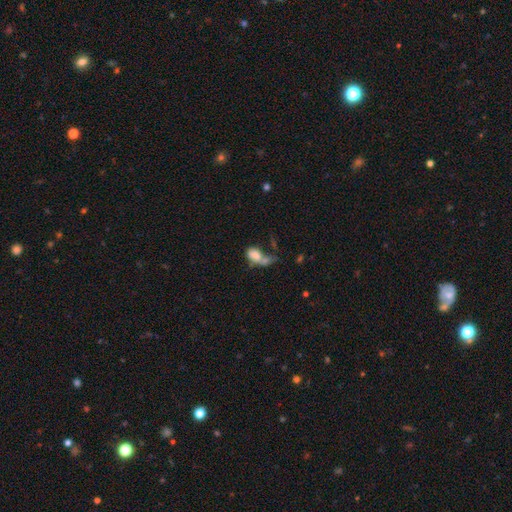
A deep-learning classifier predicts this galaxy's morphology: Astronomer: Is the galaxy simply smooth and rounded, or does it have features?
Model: smooth — 76%.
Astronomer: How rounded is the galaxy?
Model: in between — 83%.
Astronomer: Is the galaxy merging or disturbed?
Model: merger — 48%.